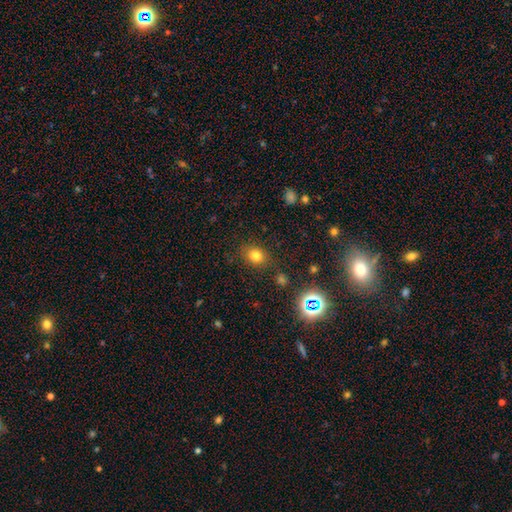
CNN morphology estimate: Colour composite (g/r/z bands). It shows a smooth galaxy with no disk features (77%) that is round (58%). Merging: none (82%).